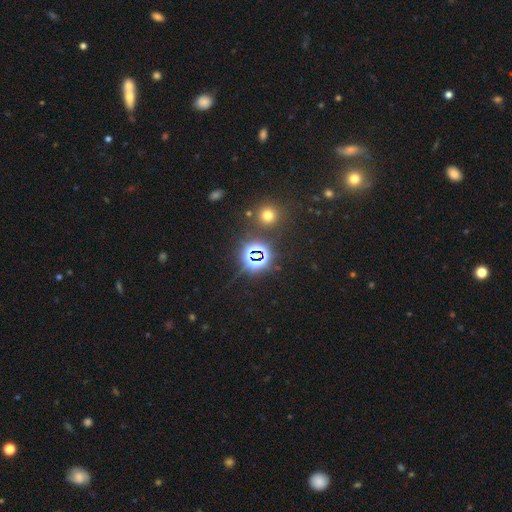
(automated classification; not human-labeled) Smooth or featured: star or artifact — 75% (smooth — 17%)